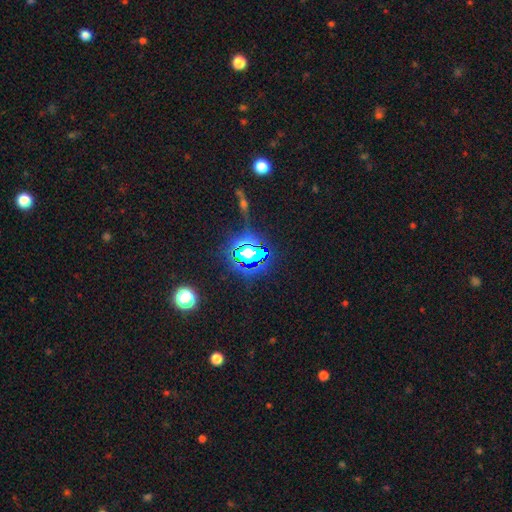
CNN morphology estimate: This is likely a star or artifact rather than a galaxy (68%).